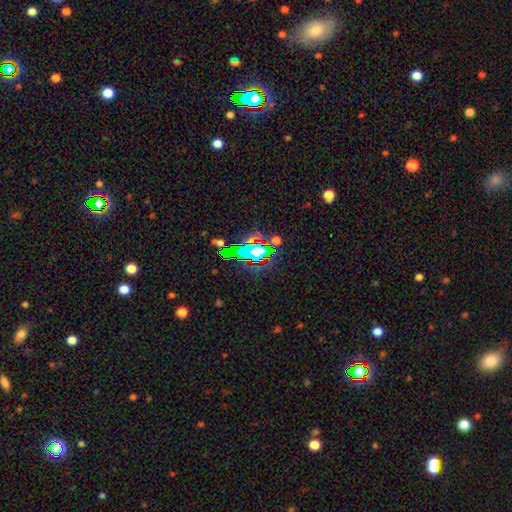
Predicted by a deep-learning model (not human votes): Q: Smooth or featured?
A: star or artifact (62%); runner-up: smooth (23%)